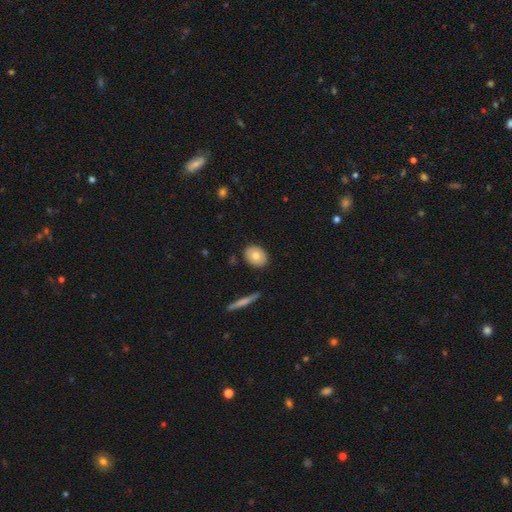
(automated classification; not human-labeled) Overall: smooth (75%). How rounded: in between (62%; round 35%). Merging: none (88%).